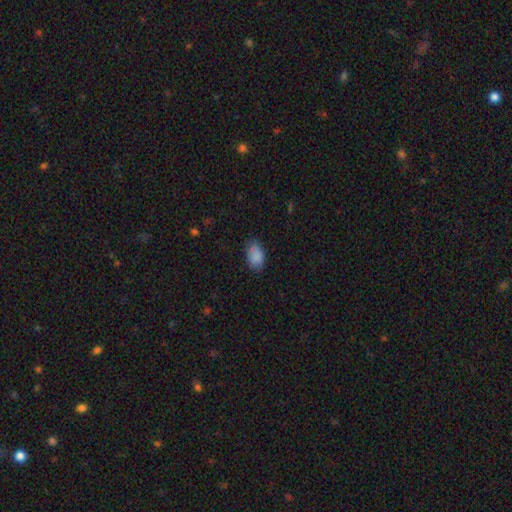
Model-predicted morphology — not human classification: smooth 88%, star or artifact 7%, featured or disk 4%. Down the decision tree: how rounded — in between (89%); merging — none (75%).